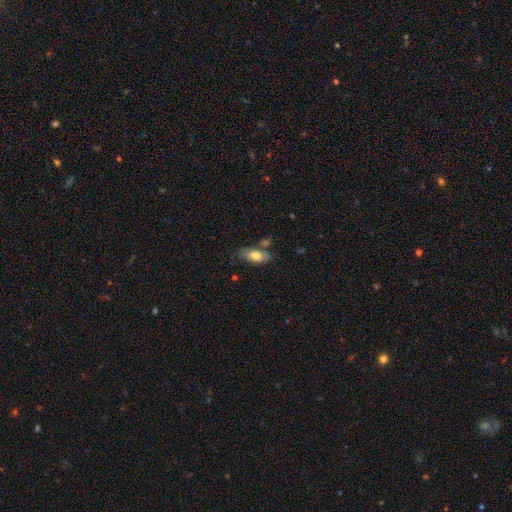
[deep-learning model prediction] Smooth or featured?
  - smooth: 74% *
  - featured or disk: 19%
  - star or artifact: 7%
How rounded?
  - in between: 87% *
  - cigar-shaped: 9%
  - round: 4%
Merging?
  - none: 64% *
  - minor disturbance: 20%
  - merger: 11%
  - major disturbance: 5%